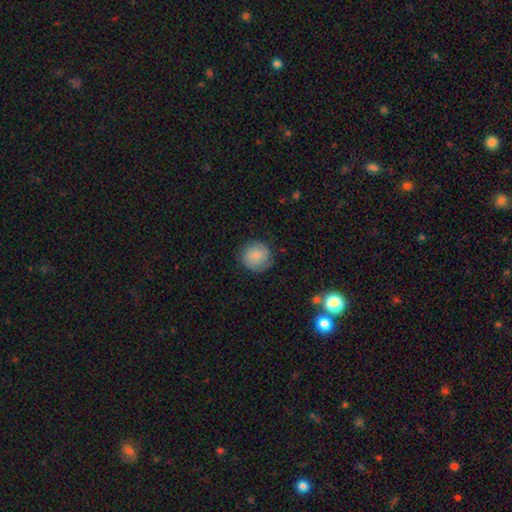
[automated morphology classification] Smooth or featured: smooth — 80% (featured or disk — 13%)
How rounded: round — 93% (in between — 6%)
Merging: none — 82% (minor disturbance — 13%)